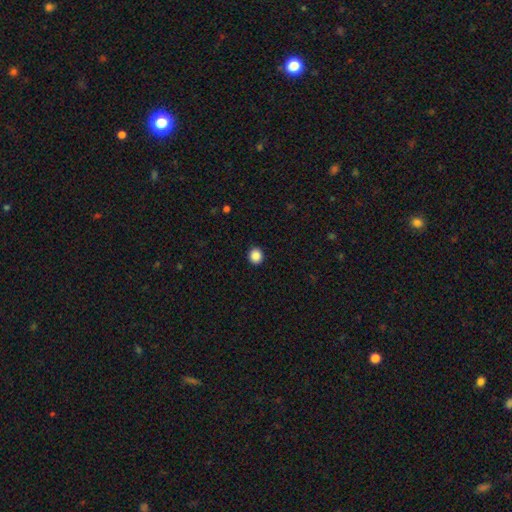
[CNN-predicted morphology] Smooth or featured? smooth (88%)
How rounded? round (86%)
Merging? none (93%)